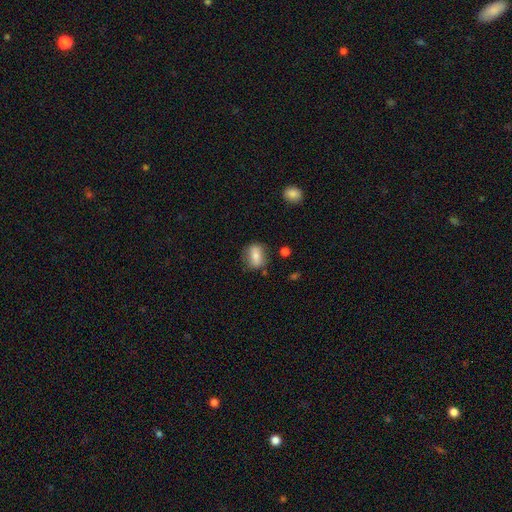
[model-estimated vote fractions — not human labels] Smooth or featured: smooth — 69% (featured or disk — 23%)
How rounded: in between — 63% (round — 32%)
Merging: none — 76% (minor disturbance — 16%)